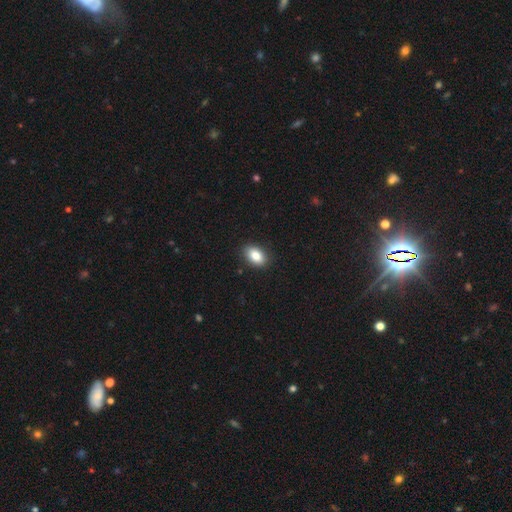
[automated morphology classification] Smooth or featured? smooth (86%)
How rounded? in between (86%)
Merging? none (87%)